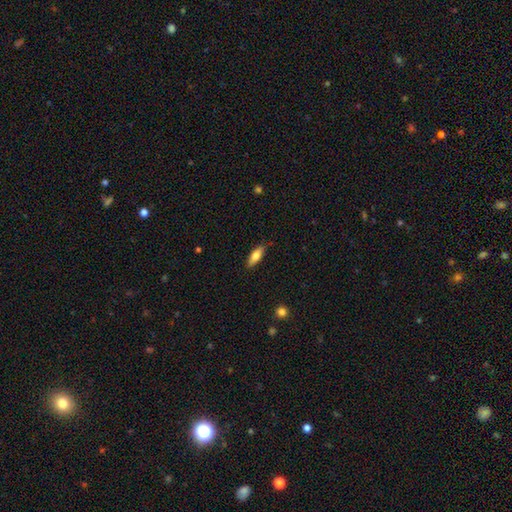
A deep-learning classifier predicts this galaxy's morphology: Smooth or featured? smooth (72%)
How rounded? in between (58%)
Merging? none (85%)